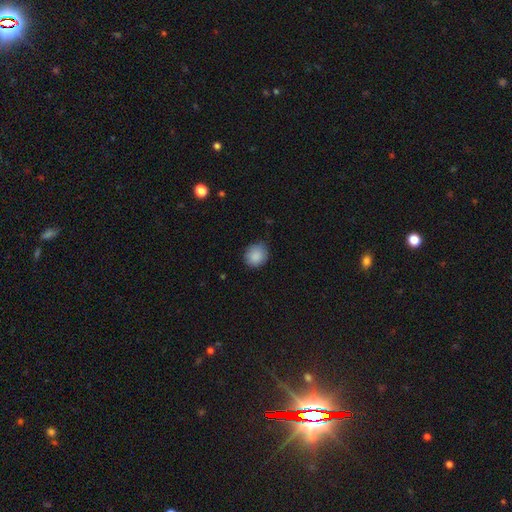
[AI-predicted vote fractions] A smooth galaxy with no disk features (89%) that is round (79%).

Vote fractions:
- Smooth or featured? smooth: 89% / star or artifact: 8% / featured or disk: 4%
- How rounded? round: 79% / in between: 20% / cigar-shaped: 1%
- Merging? none: 79% / minor disturbance: 18% / major disturbance: 3% / merger: 1%